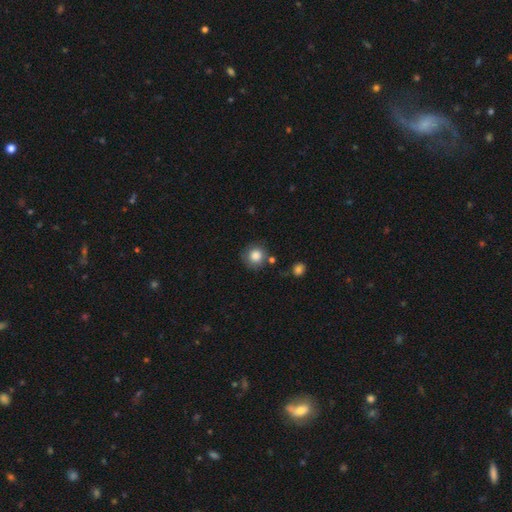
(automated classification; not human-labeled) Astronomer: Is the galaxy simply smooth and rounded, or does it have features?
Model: smooth — 84%.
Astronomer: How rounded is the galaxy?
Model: round — 91%.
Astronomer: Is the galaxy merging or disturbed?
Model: none — 74%.